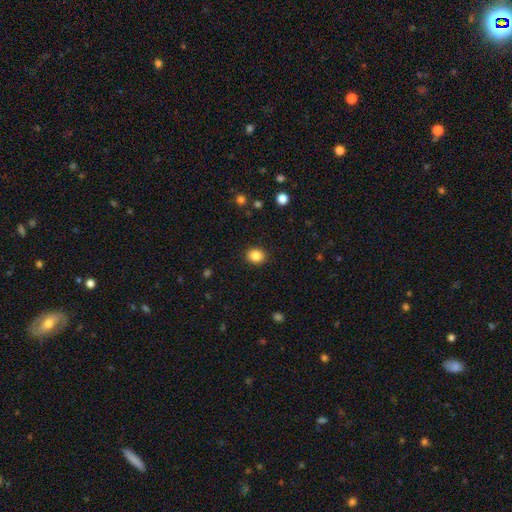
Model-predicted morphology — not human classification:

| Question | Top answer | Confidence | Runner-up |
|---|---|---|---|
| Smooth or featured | smooth | 86% | star or artifact (10%) |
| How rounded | round | 65% | in between (34%) |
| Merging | none | 90% | minor disturbance (6%) |